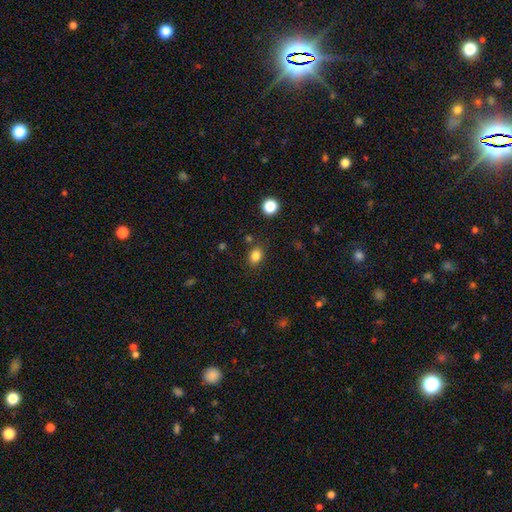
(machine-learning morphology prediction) type=smooth (83%); roundness=in between (56%); merging=none (80%).